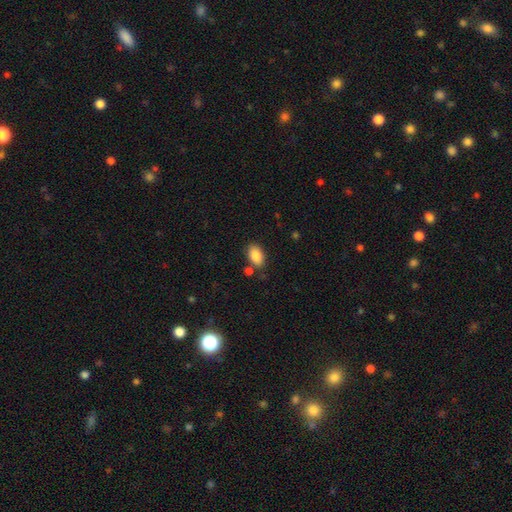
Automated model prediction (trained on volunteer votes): Smooth or featured? Predicted: smooth (p=0.87). How rounded? Predicted: in between (p=0.91). Merging? Predicted: none (p=0.77).